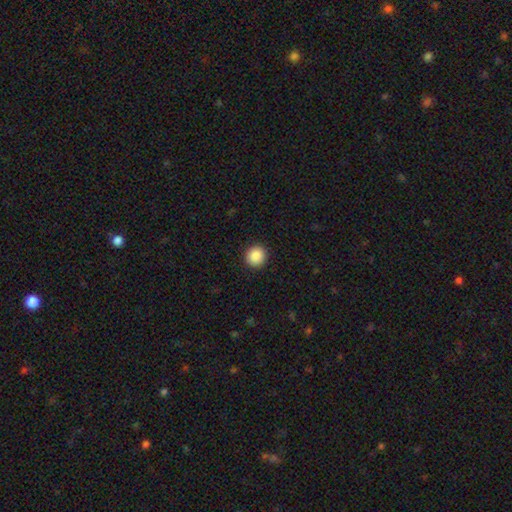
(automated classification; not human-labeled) Q: Smooth or featured?
A: smooth (89%); runner-up: star or artifact (9%)
Q: How rounded?
A: round (93%); runner-up: in between (6%)
Q: Merging?
A: none (92%); runner-up: minor disturbance (5%)